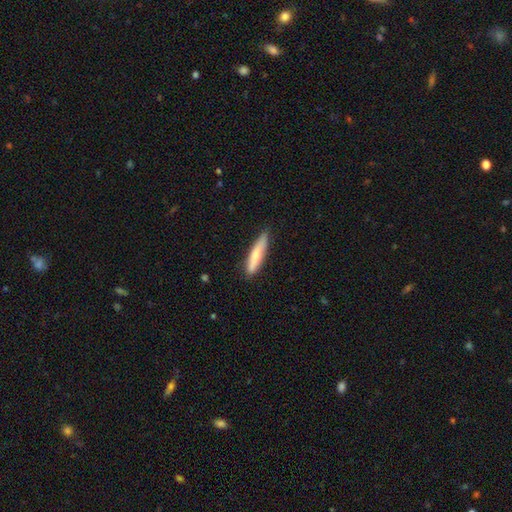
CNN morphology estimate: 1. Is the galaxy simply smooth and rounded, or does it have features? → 72% smooth, 23% featured or disk, 6% star or artifact.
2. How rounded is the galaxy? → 84% cigar-shaped, 15% in between, 1% round.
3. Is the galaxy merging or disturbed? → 81% none, 15% minor disturbance, 2% major disturbance, 1% merger.